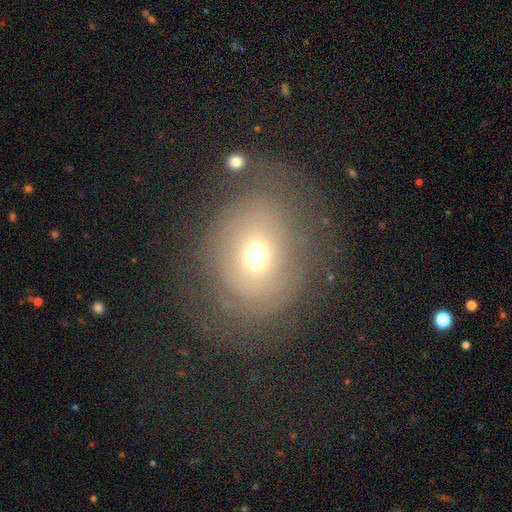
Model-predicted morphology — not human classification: type=smooth (48%); merging=none (62%).